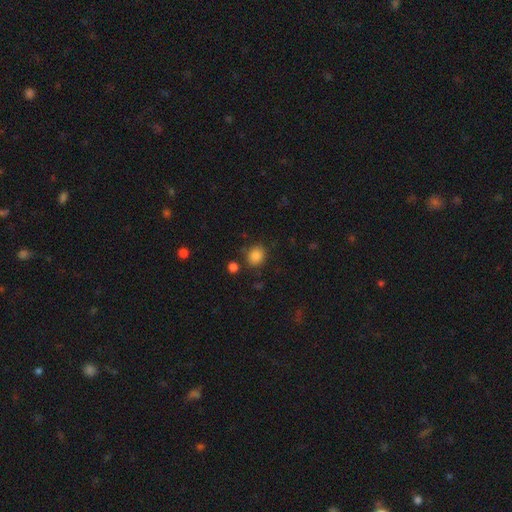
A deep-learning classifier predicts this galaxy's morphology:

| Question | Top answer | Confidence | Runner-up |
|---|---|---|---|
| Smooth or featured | smooth | 85% | star or artifact (11%) |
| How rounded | round | 70% | in between (29%) |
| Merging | none | 81% | minor disturbance (11%) |